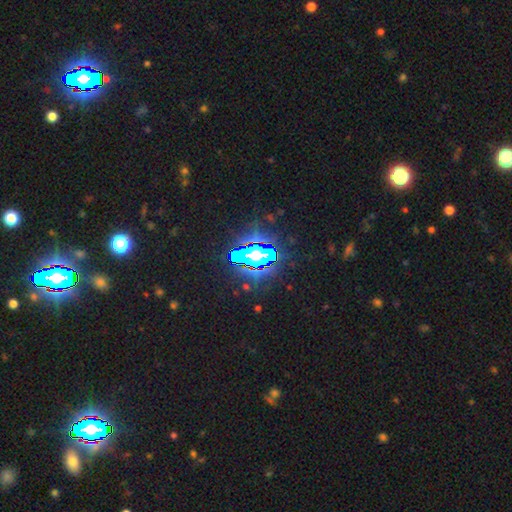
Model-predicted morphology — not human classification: Smooth or featured? Predicted: star or artifact (p=0.72).